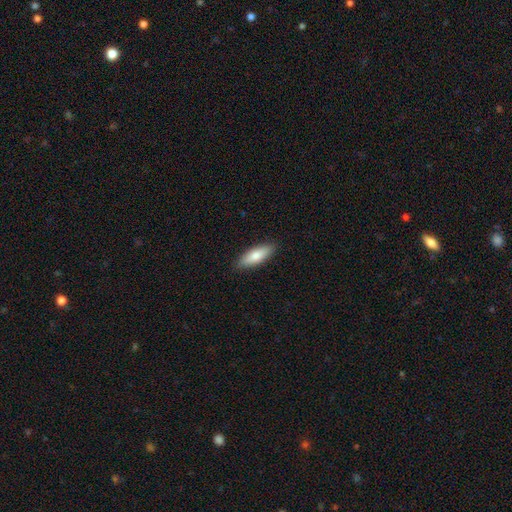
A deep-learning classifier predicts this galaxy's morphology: type=smooth (77%); roundness=in between (63%); merging=none (89%).